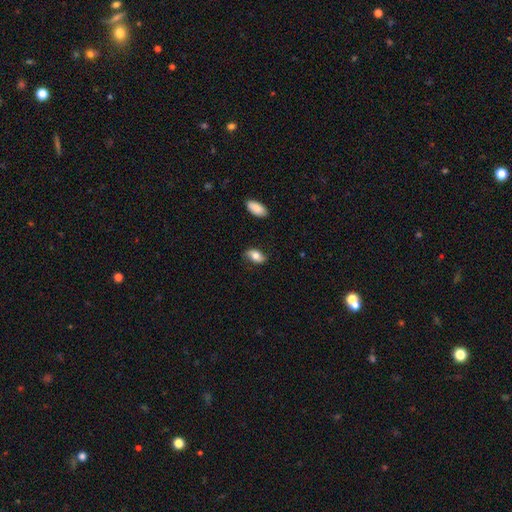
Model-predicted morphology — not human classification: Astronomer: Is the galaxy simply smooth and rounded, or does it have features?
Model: smooth — 71%.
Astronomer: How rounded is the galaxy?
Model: in between — 91%.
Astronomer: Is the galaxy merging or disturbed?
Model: none — 77%.